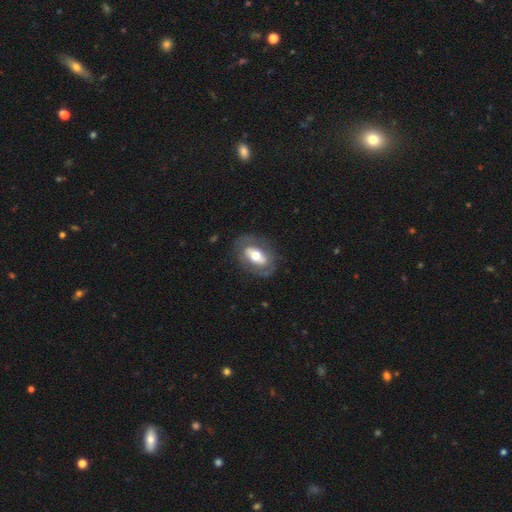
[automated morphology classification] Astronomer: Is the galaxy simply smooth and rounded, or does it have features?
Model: featured or disk — 57% (runner-up: smooth, 37%).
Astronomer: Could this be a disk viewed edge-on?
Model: no — 90%.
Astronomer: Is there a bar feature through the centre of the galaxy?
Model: no — 48% (runner-up: strong, 28%).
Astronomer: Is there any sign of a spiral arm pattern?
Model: no — 62% (runner-up: yes, 38%).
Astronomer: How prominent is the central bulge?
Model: moderate — 63%.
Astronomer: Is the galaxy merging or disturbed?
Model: none — 76%.